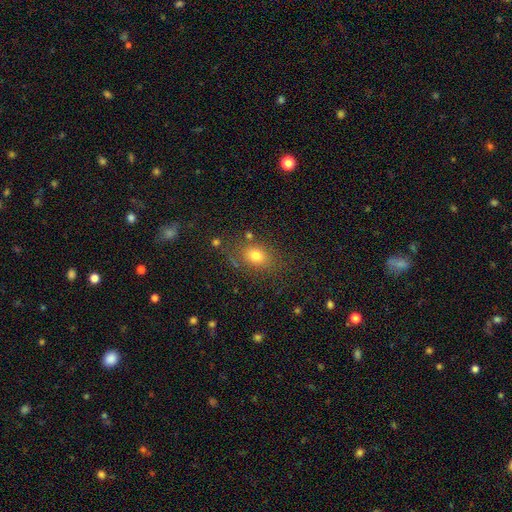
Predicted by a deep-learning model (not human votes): Smooth or featured? Predicted: smooth (p=0.75). How rounded? Predicted: in between (p=0.63). Merging? Predicted: none (p=0.74).